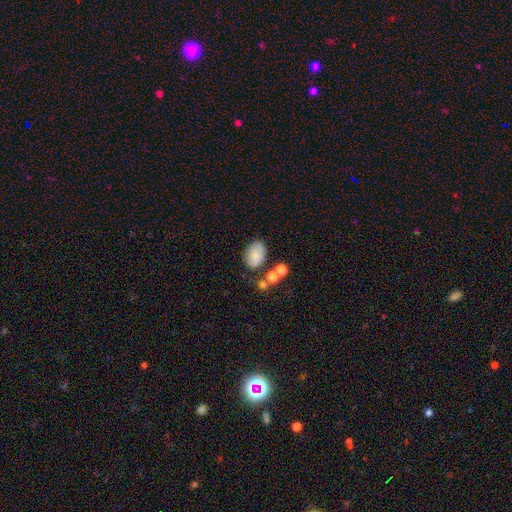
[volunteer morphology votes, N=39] Smooth or featured: smooth — 90% (featured or disk — 5%)
How rounded: in between — 97% (round — 3%)
Merging: none — 81% (minor disturbance — 16%)